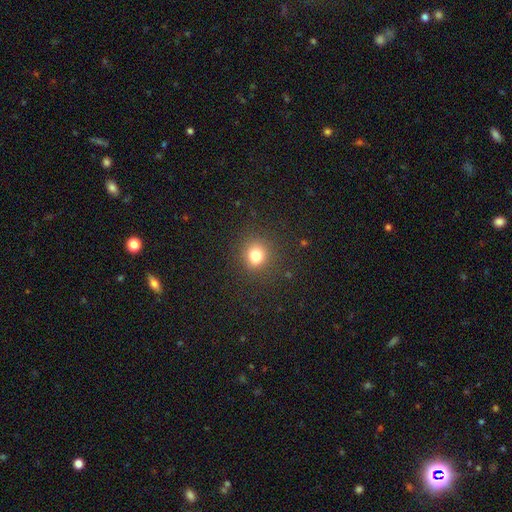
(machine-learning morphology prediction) The model was most divided on "smooth or featured": smooth: 80%, star or artifact: 14%, featured or disk: 6%. More confident: merging — none (86%); how rounded — round (83%).